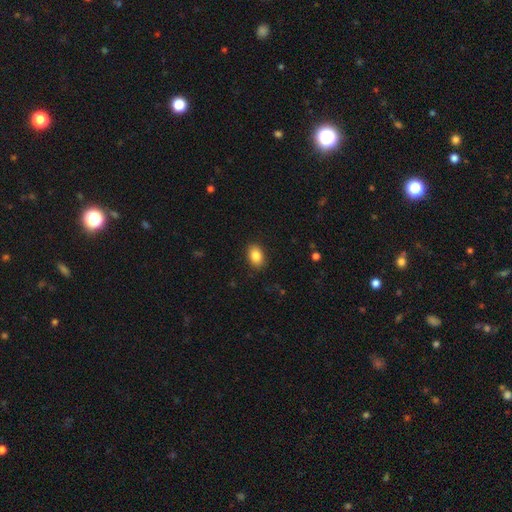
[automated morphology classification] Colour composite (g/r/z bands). It shows a smooth galaxy with no disk features (86%) that is in between round and cigar-shaped (84%). Merging: none (89%).